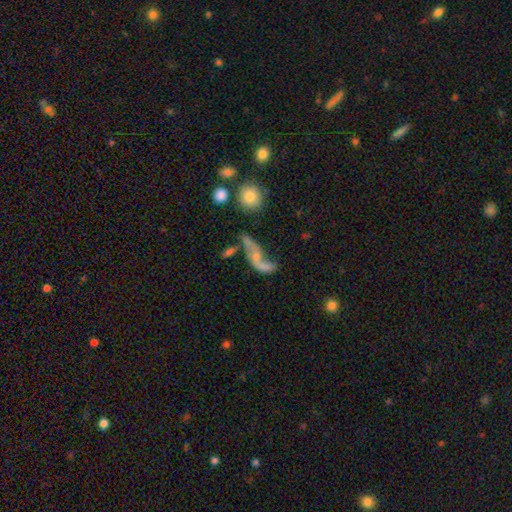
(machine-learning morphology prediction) smooth_or_featured: featured or disk (p=0.66) [alt: smooth p=0.22]
disk_edge_on: no (p=0.90) [alt: yes p=0.10]
bar: no (p=0.64) [alt: weak p=0.26]
has_spiral_arms: yes (p=0.78) [alt: no p=0.22]
bulge_size: small (p=0.50) [alt: none p=0.26]
merging: none (p=0.36) [alt: major disturbance p=0.26]